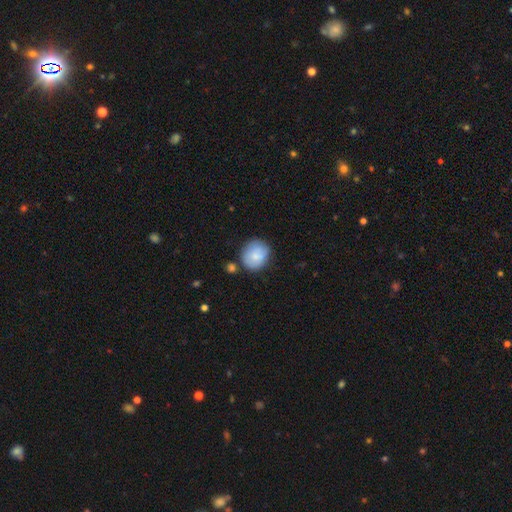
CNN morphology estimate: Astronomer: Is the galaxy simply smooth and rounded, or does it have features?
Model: smooth — 82%.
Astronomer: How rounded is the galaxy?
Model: round — 76%.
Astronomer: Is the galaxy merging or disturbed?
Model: none — 72%.